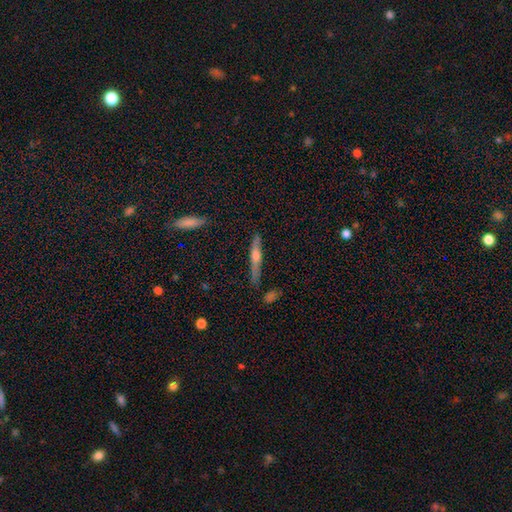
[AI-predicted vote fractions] featured or disk 70%, smooth 23%, star or artifact 7%. Down the decision tree: edge-on disk — yes (97%); edge-on bulge — rounded (88%); merging — none (85%).